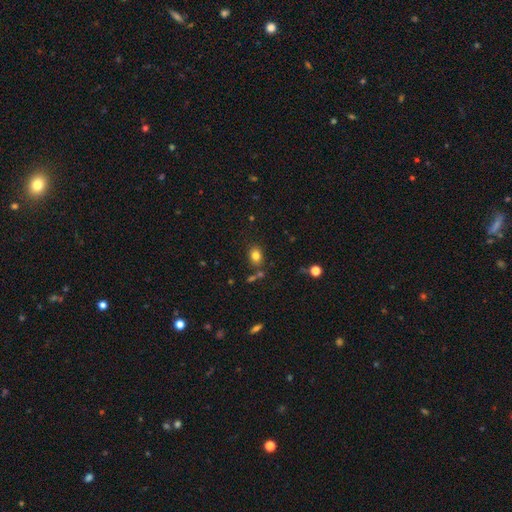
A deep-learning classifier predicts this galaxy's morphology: smooth-or-featured: smooth: 81% | star or artifact: 12% | featured or disk: 7%
  how-rounded: in between: 58% | round: 40% | cigar-shaped: 1%
  merging: none: 77% | minor disturbance: 12% | merger: 8% | major disturbance: 4%